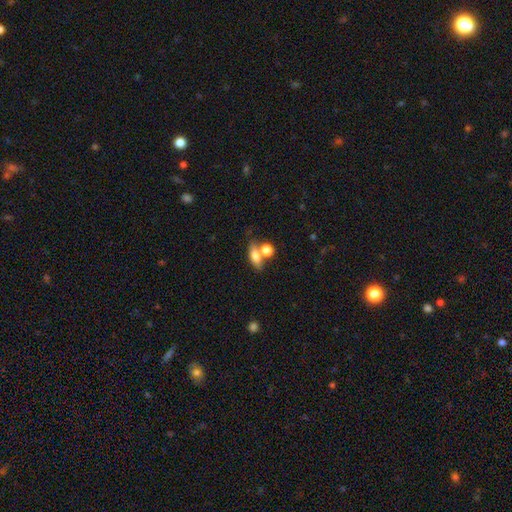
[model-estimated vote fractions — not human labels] Q: Smooth or featured?
A: smooth (71%); runner-up: featured or disk (20%)
Q: How rounded?
A: in between (67%); runner-up: cigar-shaped (18%)
Q: Merging?
A: none (50%); runner-up: merger (33%)